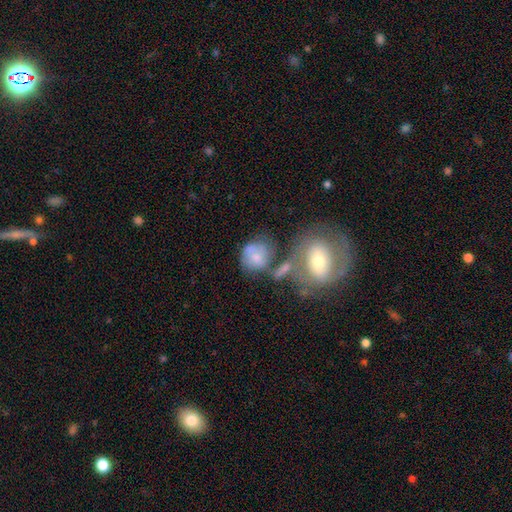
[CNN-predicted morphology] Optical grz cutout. It shows a smooth galaxy with no disk features (57%) that is round (63%). Merging: none (36%).